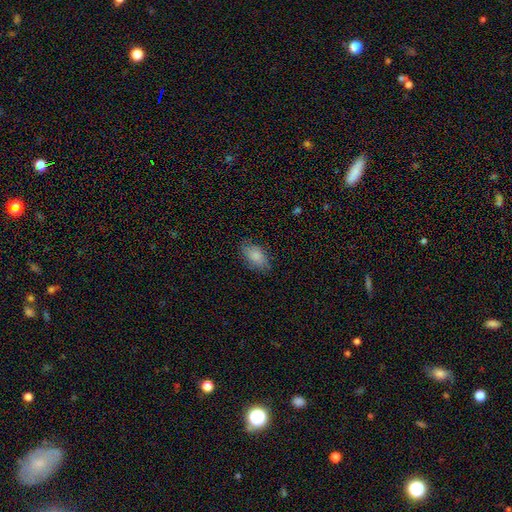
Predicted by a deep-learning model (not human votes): Overall: smooth (82%). How rounded: in between (91%). Merging: none (77%).